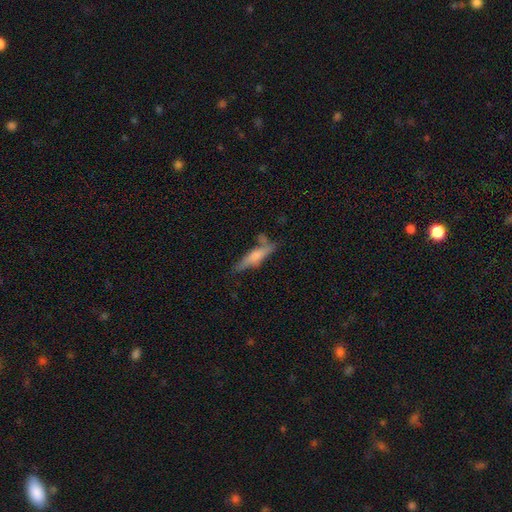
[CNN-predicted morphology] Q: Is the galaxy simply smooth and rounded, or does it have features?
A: smooth — 49%.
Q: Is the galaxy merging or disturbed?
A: none — 61%.